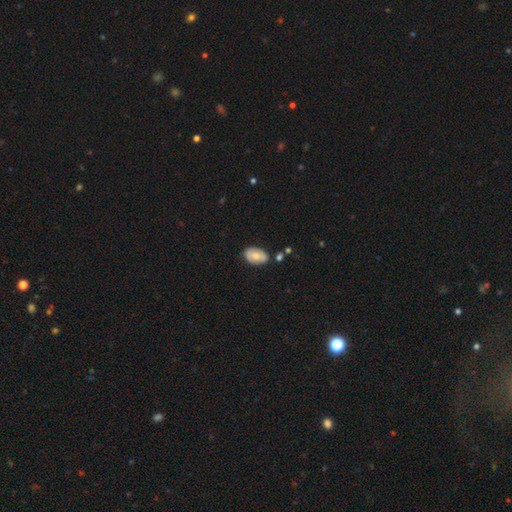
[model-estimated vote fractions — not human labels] smooth-or-featured: smooth: 68% | featured or disk: 25% | star or artifact: 7%
  how-rounded: in between: 91% | round: 8% | cigar-shaped: 1%
  merging: none: 77% | minor disturbance: 15% | merger: 4% | major disturbance: 3%